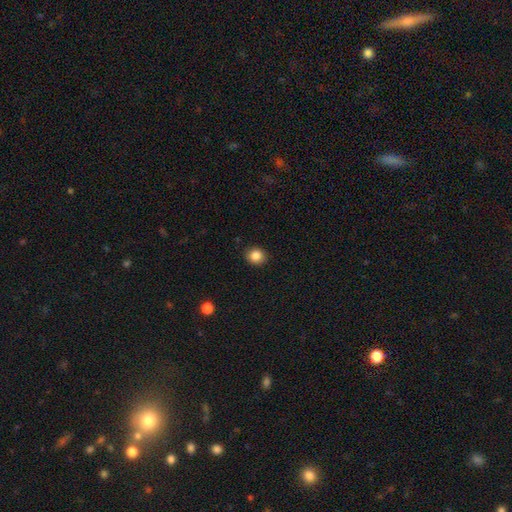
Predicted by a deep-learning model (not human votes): smooth 85%, star or artifact 10%, featured or disk 5%. Down the decision tree: how rounded — round (74%); merging — none (90%).